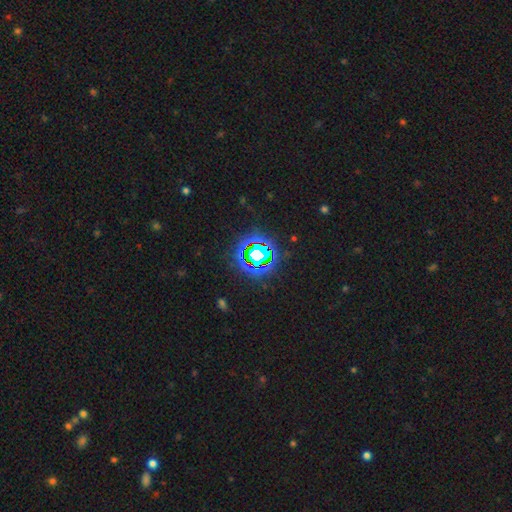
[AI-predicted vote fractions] Q: Smooth or featured?
A: star or artifact (75%); runner-up: smooth (14%)